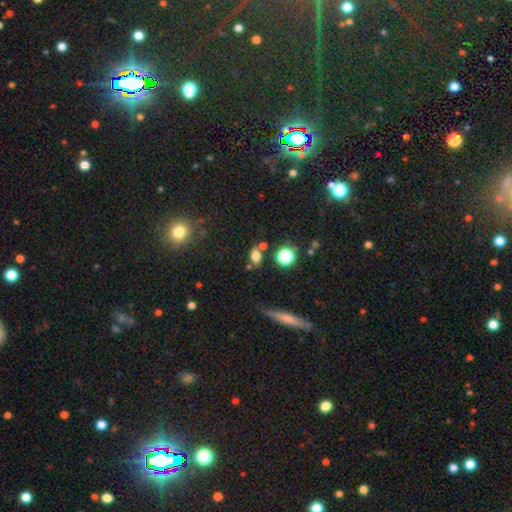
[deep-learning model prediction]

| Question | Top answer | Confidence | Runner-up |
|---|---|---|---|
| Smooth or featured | smooth | 72% | star or artifact (17%) |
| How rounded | in between | 74% | round (21%) |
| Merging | none | 67% | minor disturbance (14%) |